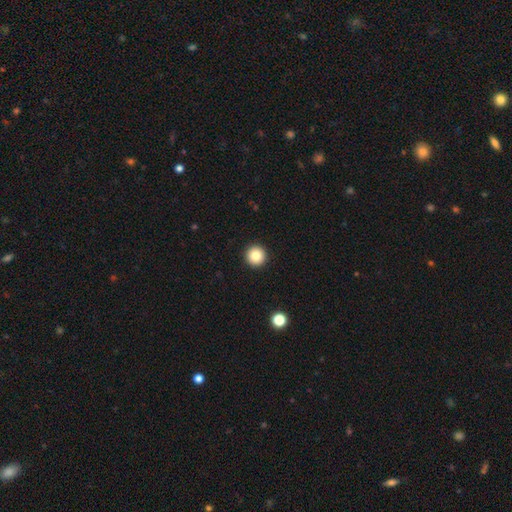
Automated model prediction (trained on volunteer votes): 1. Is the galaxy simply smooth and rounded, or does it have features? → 83% smooth, 10% star or artifact, 7% featured or disk.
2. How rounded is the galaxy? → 97% round, 2% in between, 1% cigar-shaped.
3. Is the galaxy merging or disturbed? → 94% none, 4% minor disturbance, 1% major disturbance, 1% merger.